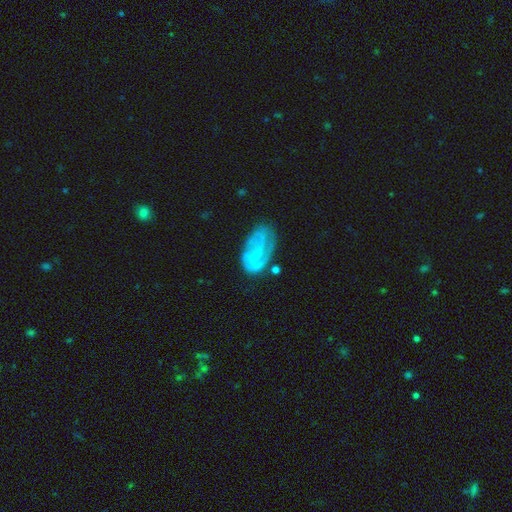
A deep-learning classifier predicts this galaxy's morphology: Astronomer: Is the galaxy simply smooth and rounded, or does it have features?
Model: featured or disk — 71%.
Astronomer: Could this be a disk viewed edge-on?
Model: no — 97%.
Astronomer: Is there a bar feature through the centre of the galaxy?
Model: no — 48% (runner-up: weak, 40%).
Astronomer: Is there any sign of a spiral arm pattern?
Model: yes — 84%.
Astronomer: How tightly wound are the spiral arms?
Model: tight — 40% (runner-up: medium, 39%).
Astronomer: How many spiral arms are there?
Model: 2 — 52%.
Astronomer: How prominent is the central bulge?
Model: small — 68%.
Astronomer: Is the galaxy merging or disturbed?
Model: none — 52%.